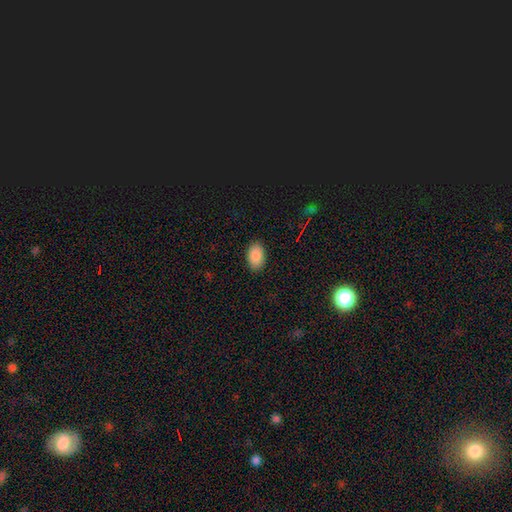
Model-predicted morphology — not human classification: smooth-or-featured: smooth: 89% | star or artifact: 7% | featured or disk: 4%
  how-rounded: in between: 92% | round: 7% | cigar-shaped: 1%
  merging: none: 89% | minor disturbance: 8% | major disturbance: 2% | merger: 1%